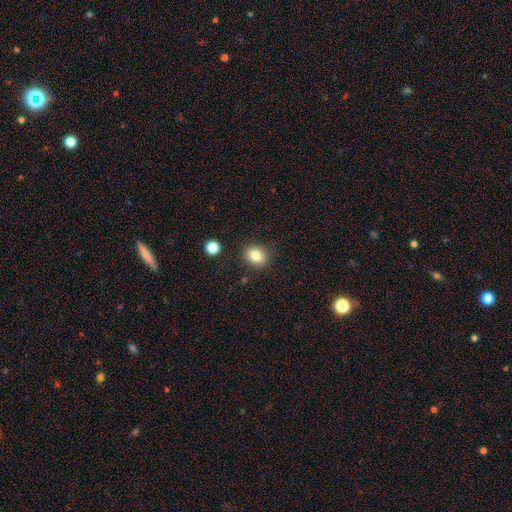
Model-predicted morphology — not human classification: smooth_or_featured: smooth (p=0.83) [alt: star or artifact p=0.10]
how_rounded: round (p=0.59) [alt: in between p=0.40]
merging: none (p=0.86) [alt: minor disturbance p=0.09]